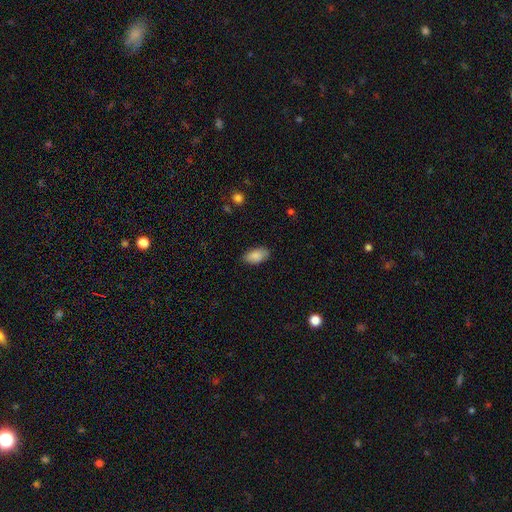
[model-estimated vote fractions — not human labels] This appears to be a smooth galaxy with no disk features (87%) that is in between round and cigar-shaped (94%). Merging: none (83%).